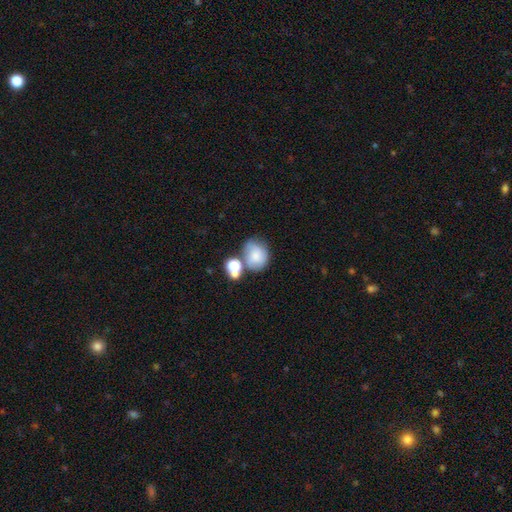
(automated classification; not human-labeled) Smooth or featured? Predicted: smooth (p=0.67). How rounded? Predicted: round (p=0.54). Merging? Predicted: none (p=0.42).